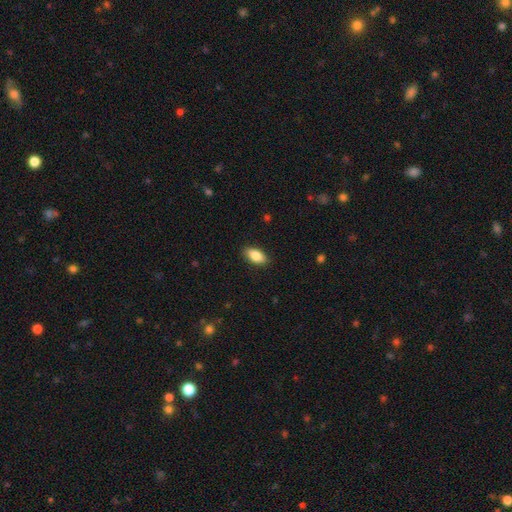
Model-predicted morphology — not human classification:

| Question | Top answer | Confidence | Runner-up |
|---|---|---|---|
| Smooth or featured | smooth | 84% | featured or disk (9%) |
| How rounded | in between | 90% | cigar-shaped (6%) |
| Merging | none | 89% | minor disturbance (8%) |